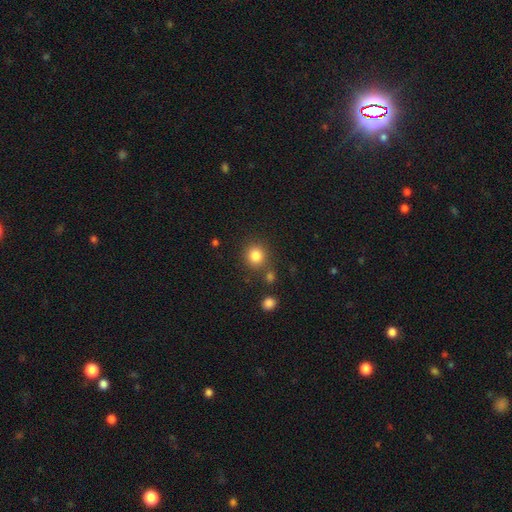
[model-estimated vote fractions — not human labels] This is clearly a smooth galaxy (84%). How rounded: clearly round (89%). Merging: clearly none (81%).